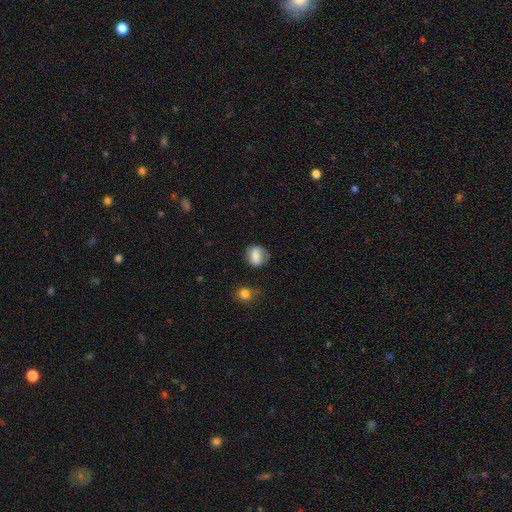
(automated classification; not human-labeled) Morphology: type=smooth (73%); roundness=round (63%); merging=none (68%).